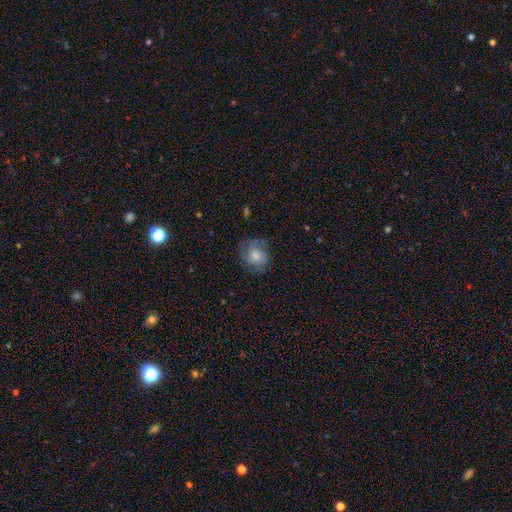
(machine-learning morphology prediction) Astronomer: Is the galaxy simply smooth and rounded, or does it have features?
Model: smooth — 60%.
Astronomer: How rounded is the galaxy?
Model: round — 72%.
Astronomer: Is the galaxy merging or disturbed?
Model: none — 62%.